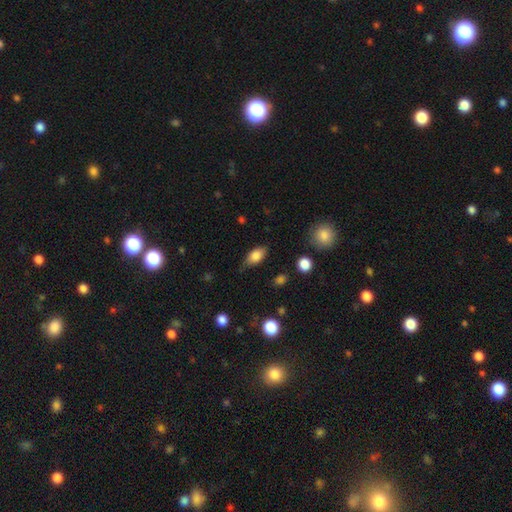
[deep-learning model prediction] The model was most divided on "merging": none: 72%, minor disturbance: 22%, major disturbance: 5%, merger: 2%. More confident: how rounded — in between (89%); smooth or featured — smooth (81%).